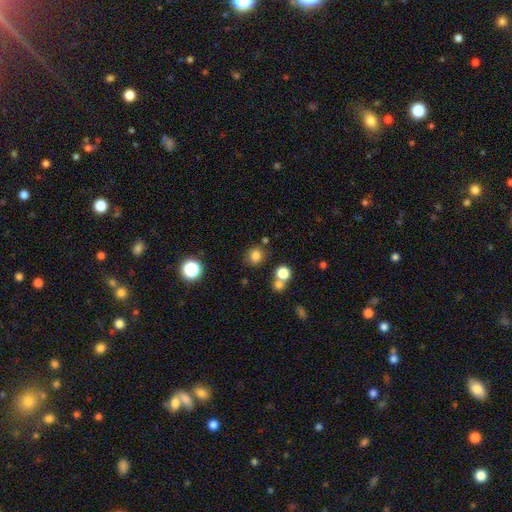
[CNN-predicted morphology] Overall: smooth (80%). How rounded: round (83%). Merging: none (77%).